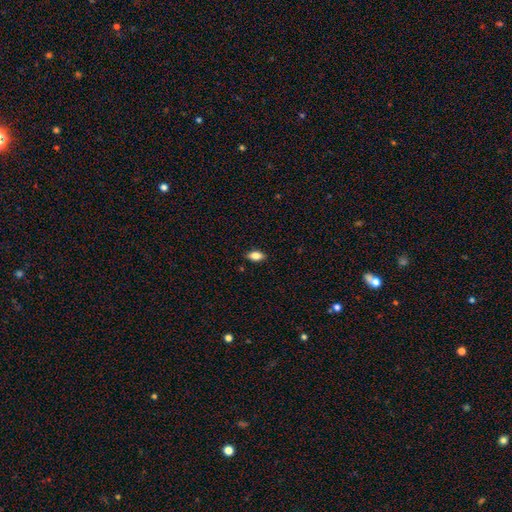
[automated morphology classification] smooth 82%, featured or disk 10%, star or artifact 8%. Down the decision tree: how rounded — in between (89%); merging — none (87%).